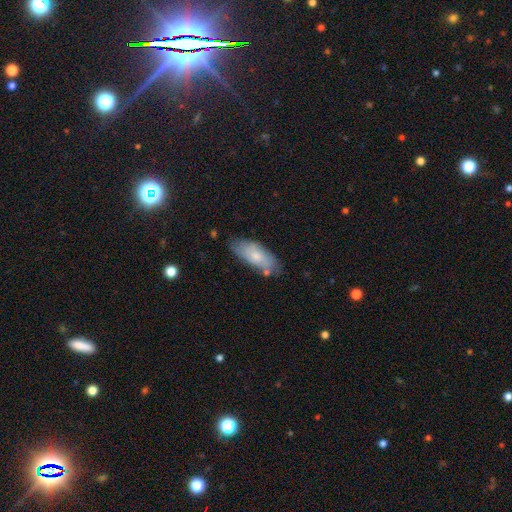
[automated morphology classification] The model was most divided on "smooth or featured": smooth: 69%, featured or disk: 25%, star or artifact: 6%. More confident: how rounded — in between (81%); merging — none (70%).